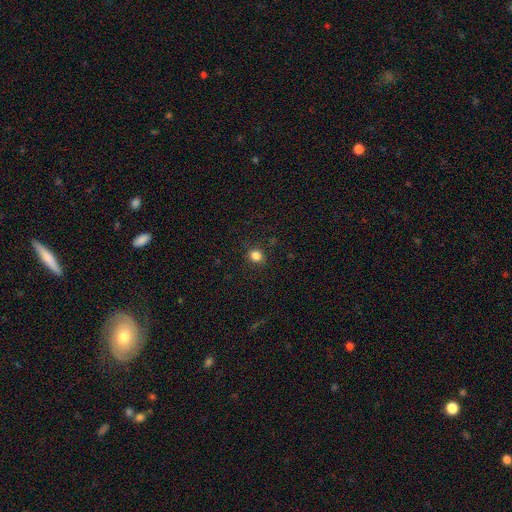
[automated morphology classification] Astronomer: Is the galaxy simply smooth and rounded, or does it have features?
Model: smooth — 84%.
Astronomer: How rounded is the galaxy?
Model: round — 78%.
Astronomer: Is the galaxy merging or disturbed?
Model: none — 87%.